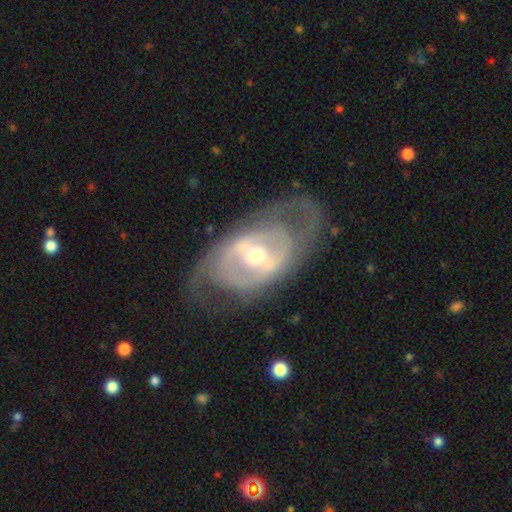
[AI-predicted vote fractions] smooth_or_featured: featured or disk (p=0.82) [alt: smooth p=0.13]
disk_edge_on: no (p=0.93) [alt: yes p=0.07]
bar: weak (p=0.39) [alt: strong p=0.38]
has_spiral_arms: yes (p=0.66) [alt: no p=0.34]
spiral_winding: tight (p=0.45) [alt: medium p=0.37]
spiral_arm_count: 2 (p=0.58) [alt: can't tell p=0.29]
bulge_size: moderate (p=0.58) [alt: small p=0.36]
merging: none (p=0.66) [alt: minor disturbance p=0.17]